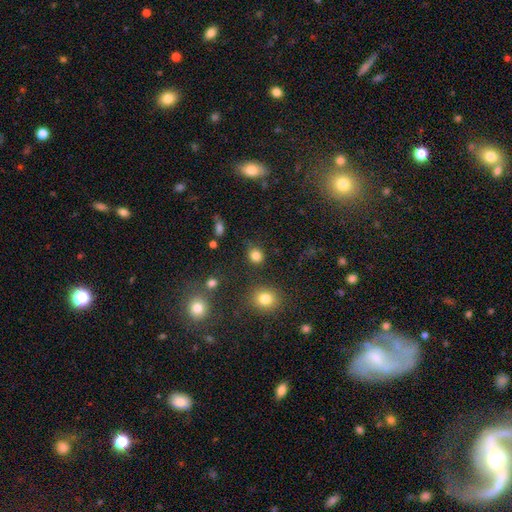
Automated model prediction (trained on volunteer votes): Smooth or featured: smooth — 82% (star or artifact — 13%)
How rounded: round — 77% (in between — 22%)
Merging: none — 78% (minor disturbance — 14%)